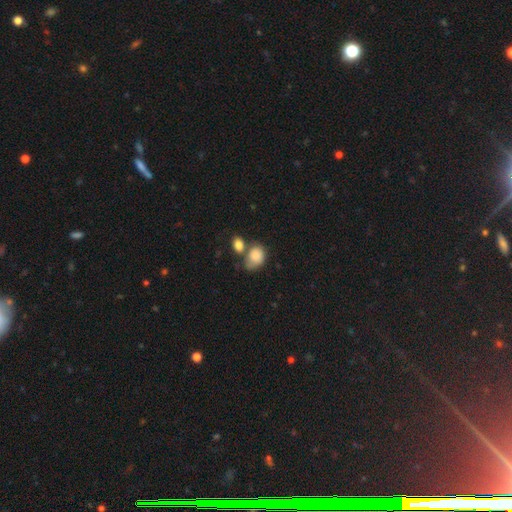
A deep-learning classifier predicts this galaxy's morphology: smooth-or-featured: smooth: 84% | featured or disk: 9% | star or artifact: 7%
  how-rounded: in between: 60% | round: 39% | cigar-shaped: 1%
  merging: merger: 38% | none: 34% | minor disturbance: 19% | major disturbance: 8%